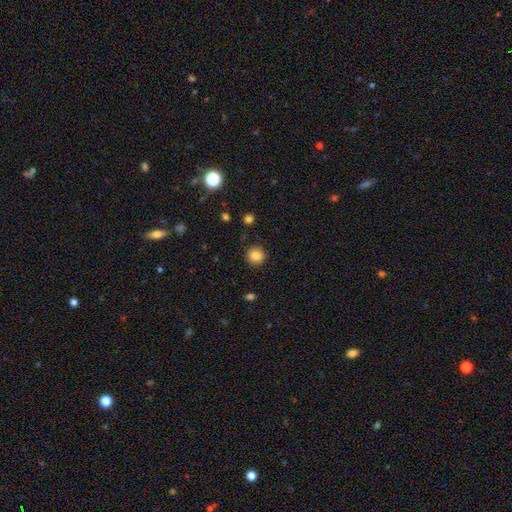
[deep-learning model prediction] Q: Smooth or featured?
A: smooth (85%); runner-up: star or artifact (10%)
Q: How rounded?
A: round (91%); runner-up: in between (8%)
Q: Merging?
A: none (89%); runner-up: minor disturbance (7%)